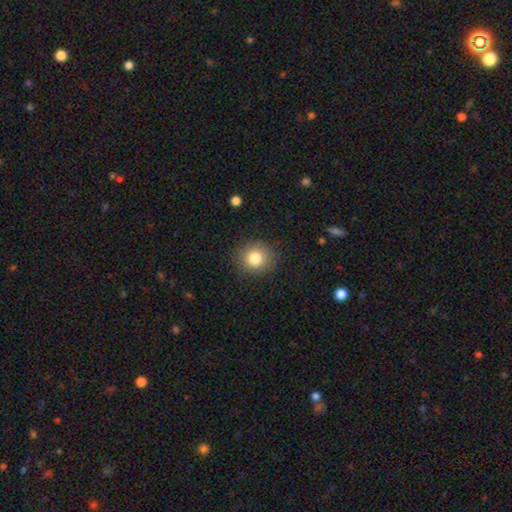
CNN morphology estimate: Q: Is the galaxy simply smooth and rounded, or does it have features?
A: smooth — 73%.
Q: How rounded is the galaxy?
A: round — 88%.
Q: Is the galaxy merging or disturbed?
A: none — 91%.